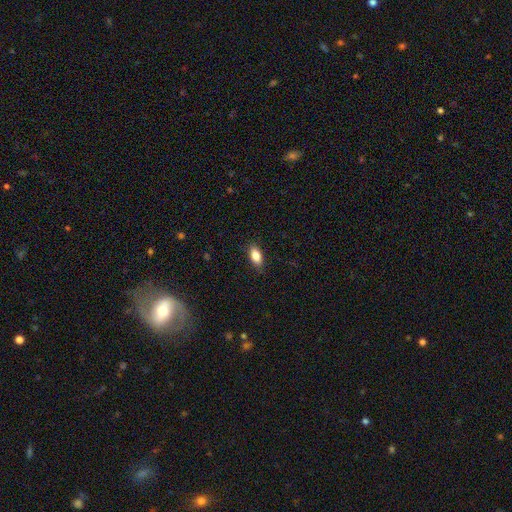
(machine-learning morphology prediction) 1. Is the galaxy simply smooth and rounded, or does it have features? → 85% smooth, 8% featured or disk, 8% star or artifact.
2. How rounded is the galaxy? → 89% in between, 7% cigar-shaped, 4% round.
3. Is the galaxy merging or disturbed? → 86% none, 10% minor disturbance, 2% major disturbance, 1% merger.